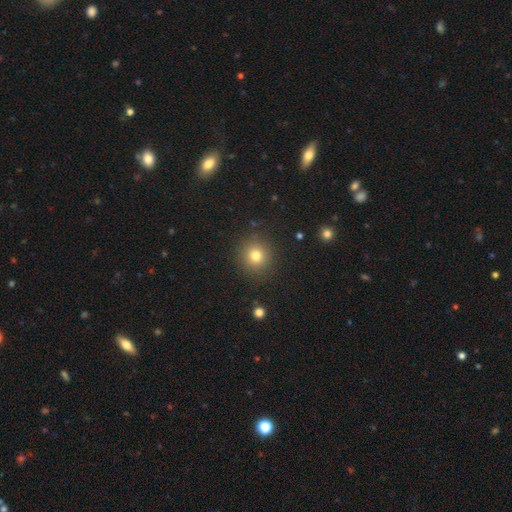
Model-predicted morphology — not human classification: This is likely a smooth galaxy (79%). How rounded: clearly round (91%). Merging: clearly none (88%).